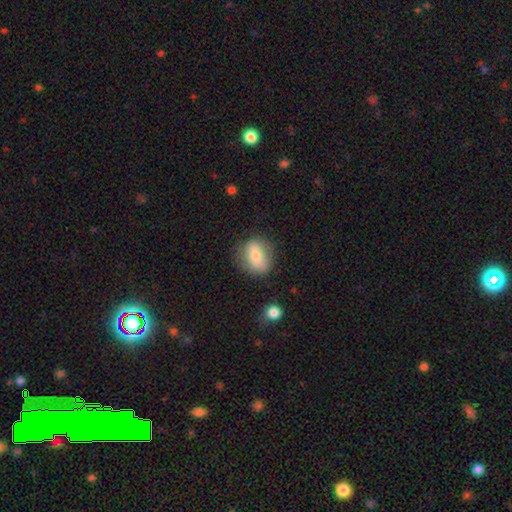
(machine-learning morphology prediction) A smooth galaxy with no disk features (69%) that is in between round and cigar-shaped (55%). Merging: none (75%).